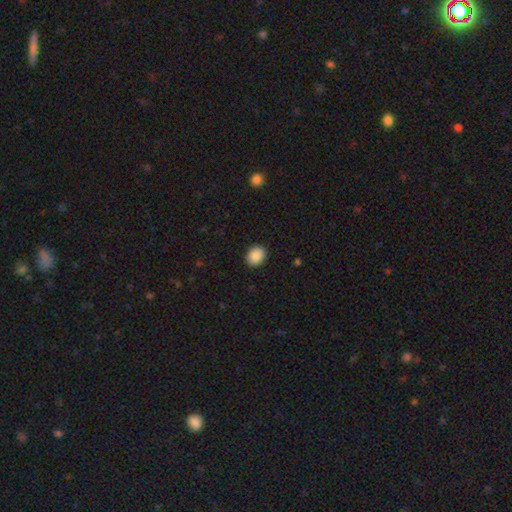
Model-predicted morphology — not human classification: A smooth galaxy with no disk features (89%) that is round (50%). Merging: none (90%).